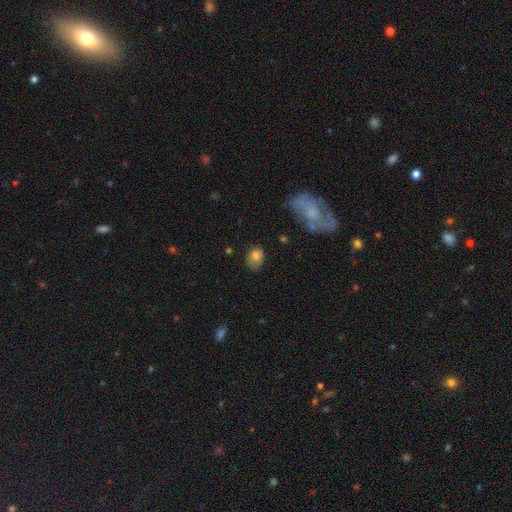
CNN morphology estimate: Smooth or featured?
  - smooth: 78% *
  - featured or disk: 12%
  - star or artifact: 10%
How rounded?
  - in between: 63% *
  - round: 36%
  - cigar-shaped: 1%
Merging?
  - none: 65% *
  - minor disturbance: 25%
  - major disturbance: 8%
  - merger: 2%